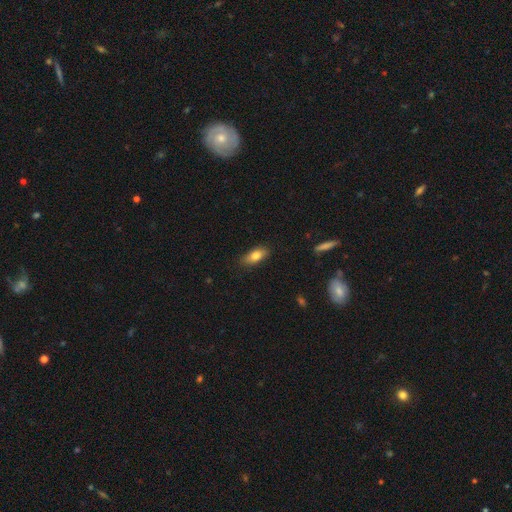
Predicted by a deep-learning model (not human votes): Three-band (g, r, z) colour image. It shows a smooth galaxy with no disk features (78%) that is in between round and cigar-shaped (80%). Merging: none (85%).